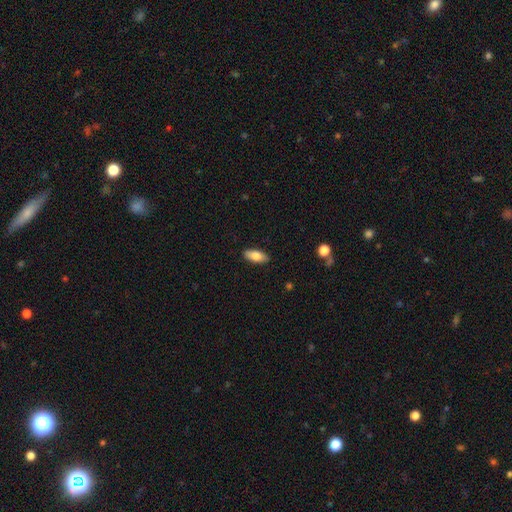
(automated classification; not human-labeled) Morphology: type=smooth (81%); roundness=in between (85%); merging=none (88%).